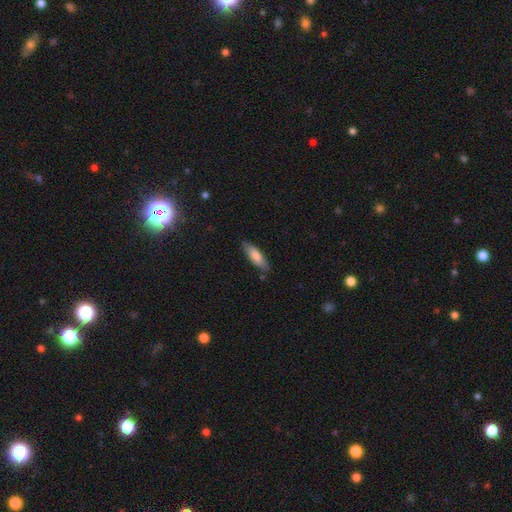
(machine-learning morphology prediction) This appears to be a smooth galaxy with no disk features (77%) that is in between round and cigar-shaped (53%). Merging: none (80%).